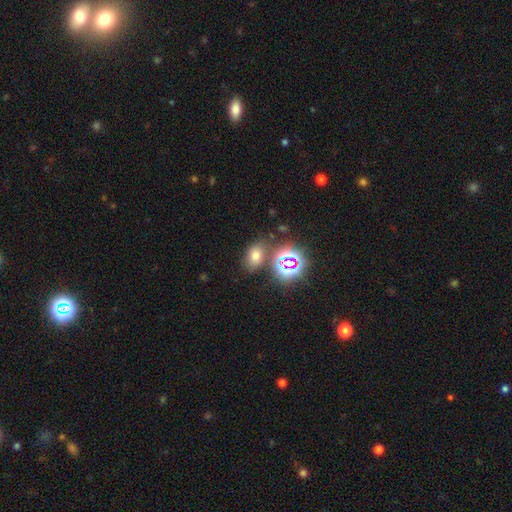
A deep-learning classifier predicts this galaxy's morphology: Smooth or featured? Predicted: smooth (p=0.61). How rounded? Predicted: in between (p=0.74). Merging? Predicted: none (p=0.72).